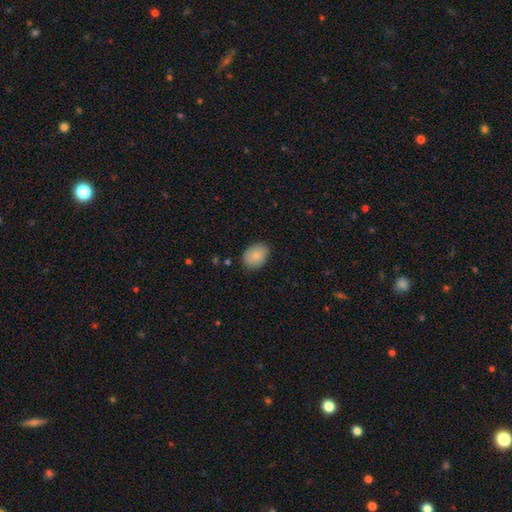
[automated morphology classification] A smooth galaxy with no disk features (86%) that is in between round and cigar-shaped (68%). Merging: none (83%).